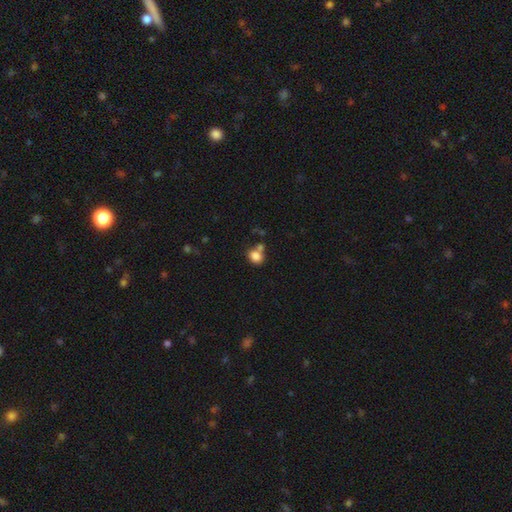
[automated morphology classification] A smooth galaxy with no disk features (83%) that is round (59%).

Vote fractions:
- Smooth or featured? smooth: 83% / star or artifact: 11% / featured or disk: 6%
- How rounded? round: 59% / in between: 40% / cigar-shaped: 1%
- Merging? none: 57% / merger: 26% / minor disturbance: 13% / major disturbance: 5%